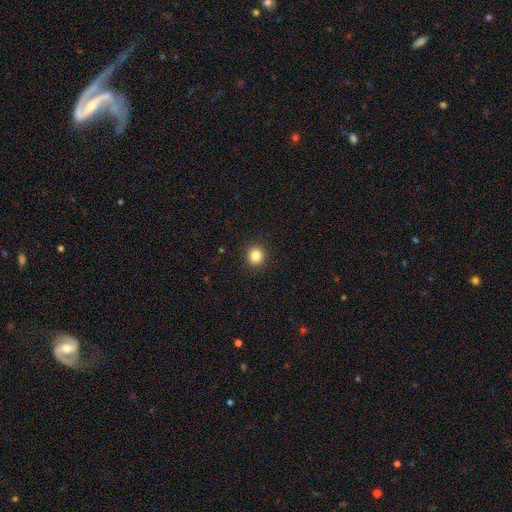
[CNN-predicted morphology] Smooth or featured?
  - smooth: 84% *
  - star or artifact: 11%
  - featured or disk: 5%
How rounded?
  - round: 93% *
  - in between: 6%
  - cigar-shaped: 1%
Merging?
  - none: 93% *
  - minor disturbance: 5%
  - major disturbance: 2%
  - merger: 1%